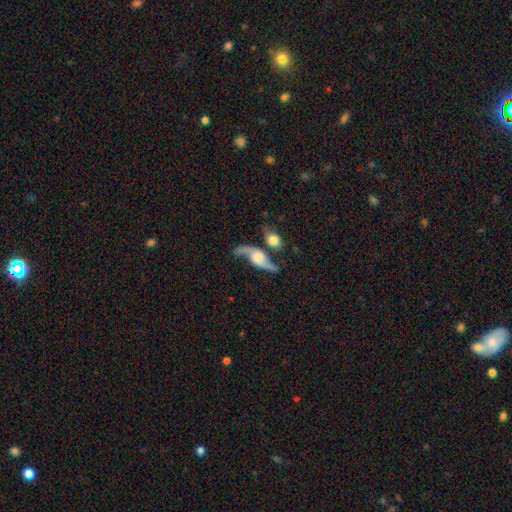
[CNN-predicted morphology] Smooth or featured?
  - featured or disk: 79% *
  - smooth: 14%
  - star or artifact: 7%
Edge-on disk?
  - no: 86% *
  - yes: 14%
Bar?
  - no: 61% *
  - weak: 30%
  - strong: 9%
Spiral arms?
  - yes: 93% *
  - no: 7%
Spiral winding?
  - loose: 82% *
  - medium: 14%
  - tight: 4%
Spiral arm count?
  - 2: 91% *
  - 1: 4%
  - can't tell: 2%
  - 3: 1%
  - 4: 1%
  - more than 4: 1%
Bulge size?
  - large: 29% *
  - moderate: 26%
  - none: 21%
  - small: 18%
  - dominant: 6%
Merging?
  - none: 50% *
  - merger: 21%
  - minor disturbance: 17%
  - major disturbance: 12%